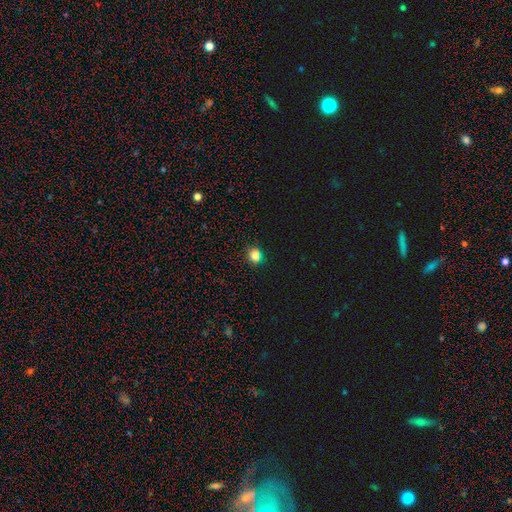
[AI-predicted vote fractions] Q: Smooth or featured?
A: smooth (73%); runner-up: star or artifact (22%)
Q: How rounded?
A: round (72%); runner-up: in between (27%)
Q: Merging?
A: none (87%); runner-up: minor disturbance (8%)